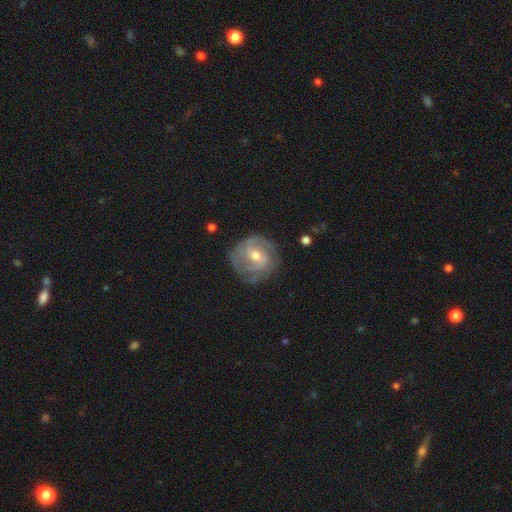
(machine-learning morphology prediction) Q: Smooth or featured?
A: featured or disk (81%); runner-up: smooth (13%)
Q: Edge-on disk?
A: no (98%); runner-up: yes (2%)
Q: Bar?
A: no (50%); runner-up: weak (41%)
Q: Spiral arms?
A: yes (93%); runner-up: no (7%)
Q: Spiral winding?
A: tight (56%); runner-up: medium (34%)
Q: Spiral arm count?
A: 2 (38%); runner-up: can't tell (25%)
Q: Bulge size?
A: moderate (60%); runner-up: small (37%)
Q: Merging?
A: none (74%); runner-up: minor disturbance (18%)